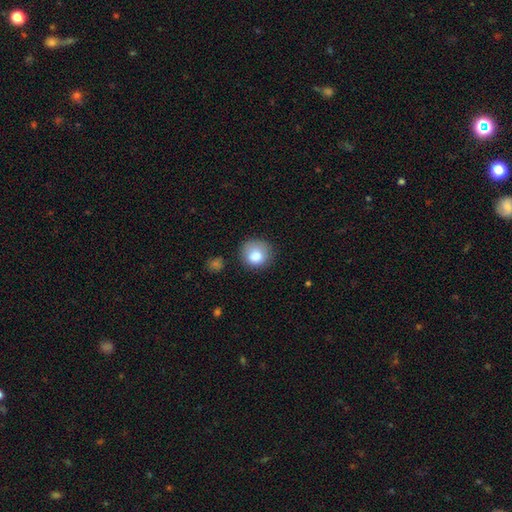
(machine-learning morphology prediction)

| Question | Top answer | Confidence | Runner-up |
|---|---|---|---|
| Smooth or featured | smooth | 84% | star or artifact (8%) |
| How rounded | round | 87% | in between (12%) |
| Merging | none | 71% | minor disturbance (19%) |